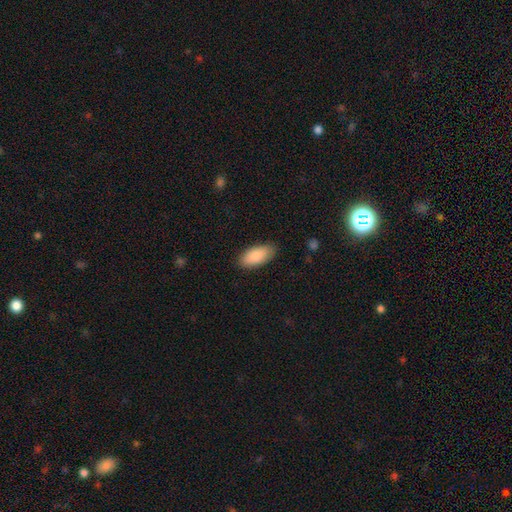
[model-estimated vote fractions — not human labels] Smooth or featured? Predicted: smooth (p=0.88). How rounded? Predicted: in between (p=0.91). Merging? Predicted: none (p=0.85).